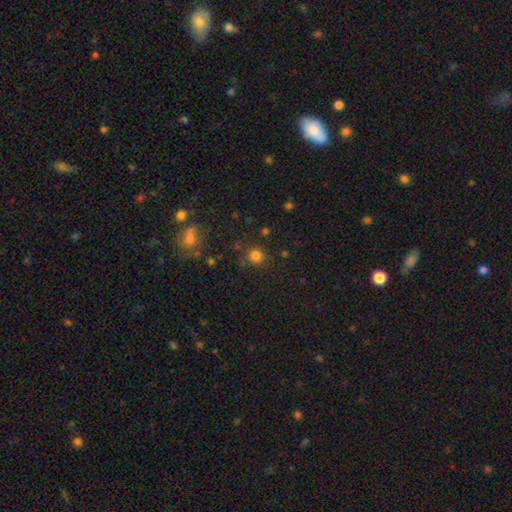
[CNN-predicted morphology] A smooth galaxy with no disk features (80%) that is round (90%).

Vote fractions:
- Smooth or featured? smooth: 80% / star or artifact: 16% / featured or disk: 5%
- How rounded? round: 90% / in between: 9% / cigar-shaped: 1%
- Merging? none: 82% / minor disturbance: 10% / merger: 4% / major disturbance: 4%